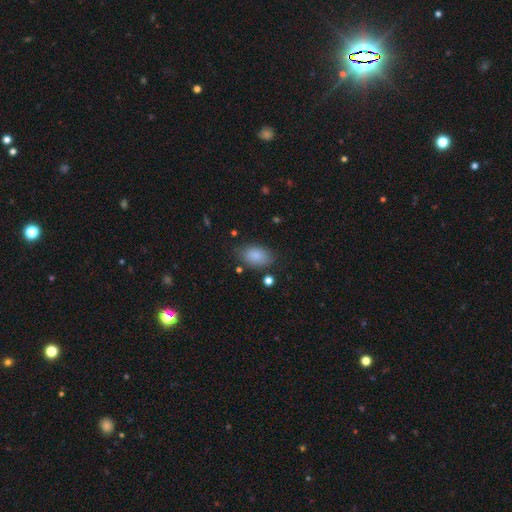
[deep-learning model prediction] The model was most divided on "merging": none: 77%, minor disturbance: 16%, major disturbance: 5%, merger: 2%. More confident: how rounded — in between (89%); smooth or featured — smooth (85%).